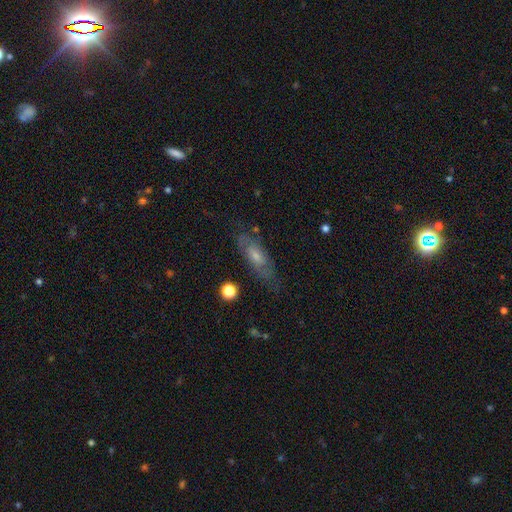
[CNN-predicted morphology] A featured or disk galaxy (60%).

Vote fractions:
- Smooth or featured? featured or disk: 60% / smooth: 30% / star or artifact: 10%
- Edge-on disk? no: 75% / yes: 25%
- Merging? none: 72% / minor disturbance: 19% / major disturbance: 7% / merger: 2%